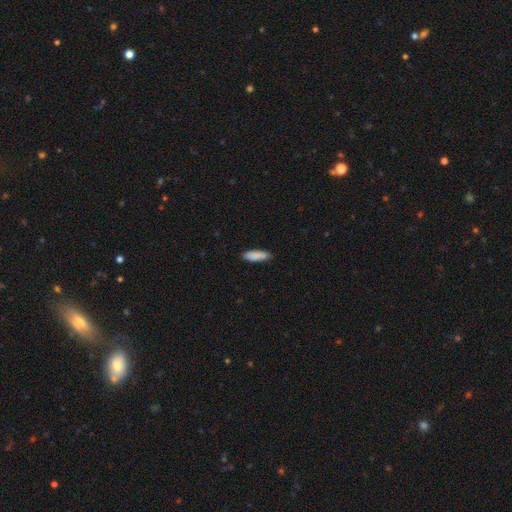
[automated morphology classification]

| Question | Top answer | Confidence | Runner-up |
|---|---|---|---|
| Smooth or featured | smooth | 88% | star or artifact (6%) |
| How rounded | in between | 50% | cigar-shaped (49%) |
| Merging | none | 84% | minor disturbance (13%) |